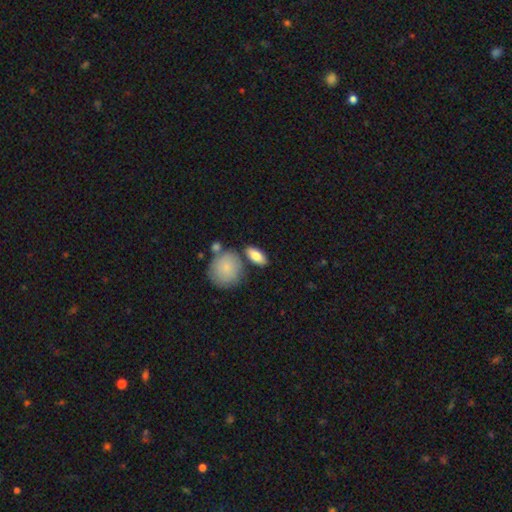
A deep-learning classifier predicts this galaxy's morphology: This appears to be a smooth galaxy with no disk features (80%) that is in between round and cigar-shaped (84%). Merging: none (74%).